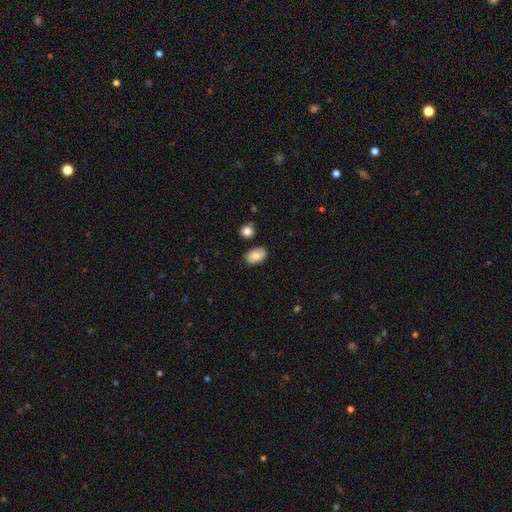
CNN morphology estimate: smooth-or-featured: smooth: 82% | featured or disk: 11% | star or artifact: 8%
  how-rounded: in between: 90% | round: 9% | cigar-shaped: 1%
  merging: none: 82% | minor disturbance: 12% | merger: 4% | major disturbance: 2%